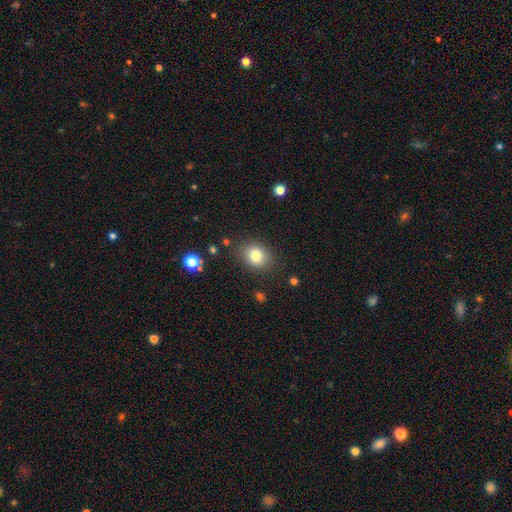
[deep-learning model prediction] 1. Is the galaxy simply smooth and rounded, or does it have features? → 80% smooth, 11% star or artifact, 9% featured or disk.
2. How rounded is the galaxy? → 53% round, 46% in between, 1% cigar-shaped.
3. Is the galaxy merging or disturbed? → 84% none, 10% minor disturbance, 4% major disturbance, 2% merger.